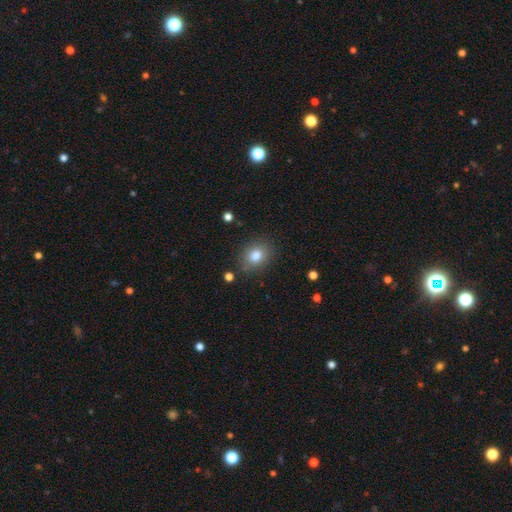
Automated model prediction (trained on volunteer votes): A smooth galaxy with no disk features (82%) that is round (53%).

Vote fractions:
- Smooth or featured? smooth: 82% / star or artifact: 10% / featured or disk: 8%
- How rounded? round: 53% / in between: 46% / cigar-shaped: 1%
- Merging? none: 83% / minor disturbance: 11% / major disturbance: 4% / merger: 2%